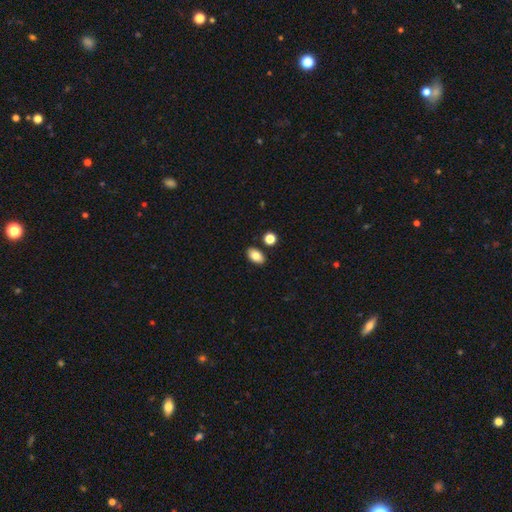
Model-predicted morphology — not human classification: smooth-or-featured: smooth: 83% | star or artifact: 9% | featured or disk: 8%
  how-rounded: in between: 91% | round: 7% | cigar-shaped: 2%
  merging: none: 85% | minor disturbance: 8% | merger: 5% | major disturbance: 2%